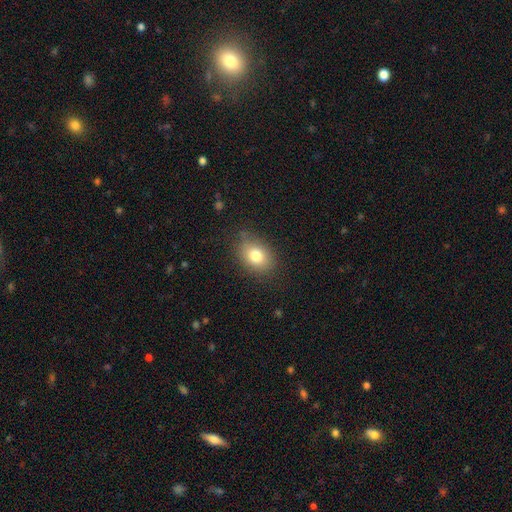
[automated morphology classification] Smooth or featured? smooth (78%)
How rounded? in between (70%)
Merging? none (78%)